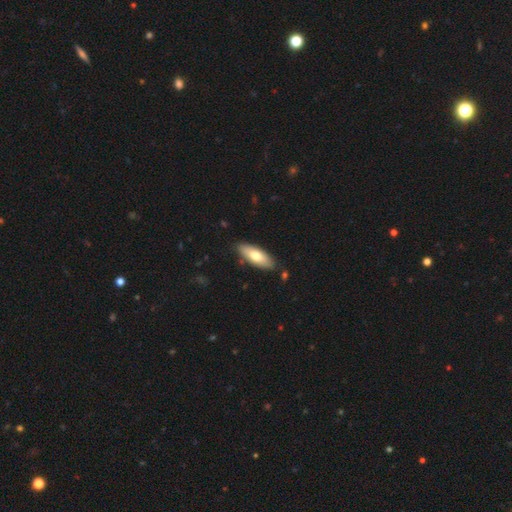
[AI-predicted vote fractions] The model was most divided on "how rounded": in between: 71%, cigar-shaped: 27%, round: 2%. More confident: merging — none (85%); smooth or featured — smooth (70%).